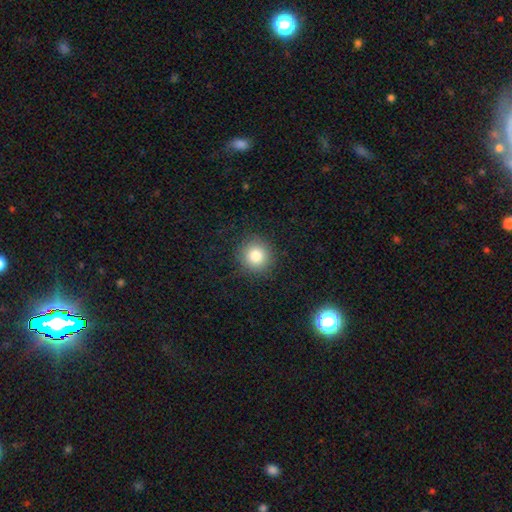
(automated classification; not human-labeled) smooth 82%, star or artifact 11%, featured or disk 7%. Down the decision tree: how rounded — round (92%); merging — none (89%).